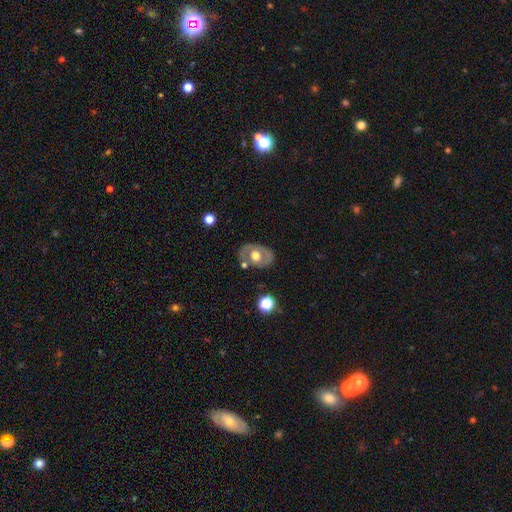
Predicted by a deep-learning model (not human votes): Smooth or featured? featured or disk (52%)
Edge-on disk? no (92%)
Merging? none (70%)